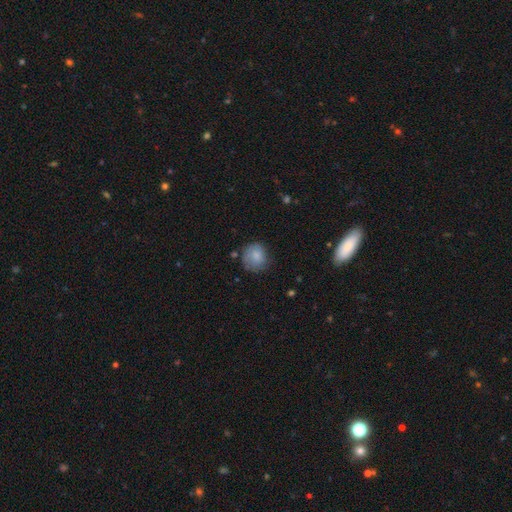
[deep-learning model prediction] This is likely a smooth galaxy (80%). How rounded: clearly round (83%). Merging: likely none (67%).